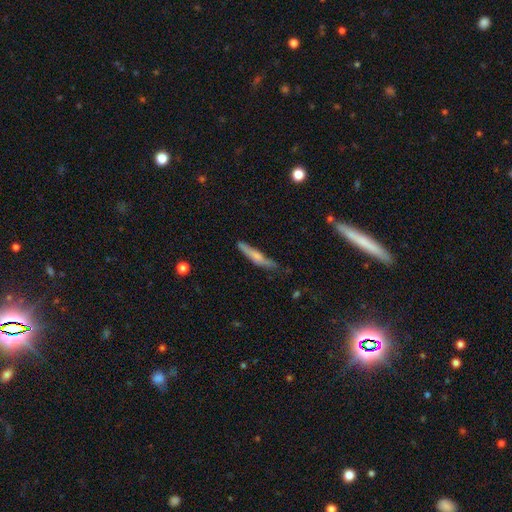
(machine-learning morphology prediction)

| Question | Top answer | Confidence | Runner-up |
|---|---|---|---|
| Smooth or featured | smooth | 54% | featured or disk (39%) |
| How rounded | cigar-shaped | 90% | in between (9%) |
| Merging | none | 68% | minor disturbance (24%) |